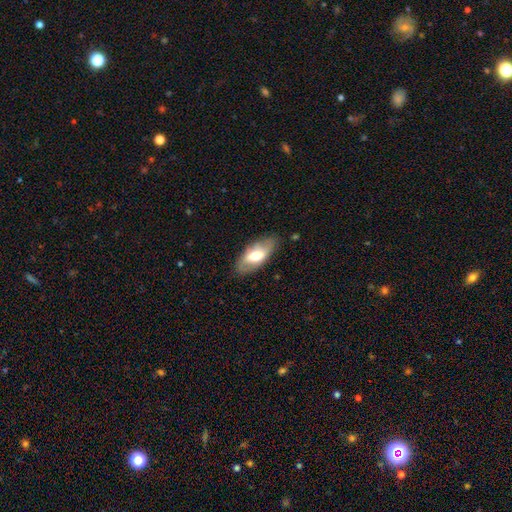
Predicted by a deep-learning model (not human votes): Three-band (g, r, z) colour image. It shows a smooth galaxy with no disk features (58%) that is in between round and cigar-shaped (87%). Merging: none (79%).